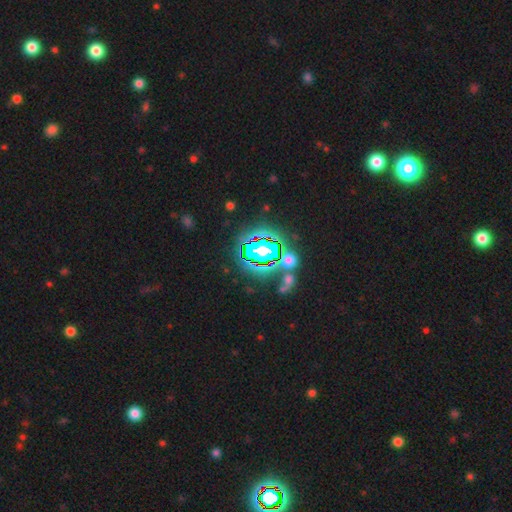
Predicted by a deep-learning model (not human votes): A star or artifact, not a galaxy (83%).

Vote fractions:
- Smooth or featured? star or artifact: 83% / smooth: 10% / featured or disk: 7%